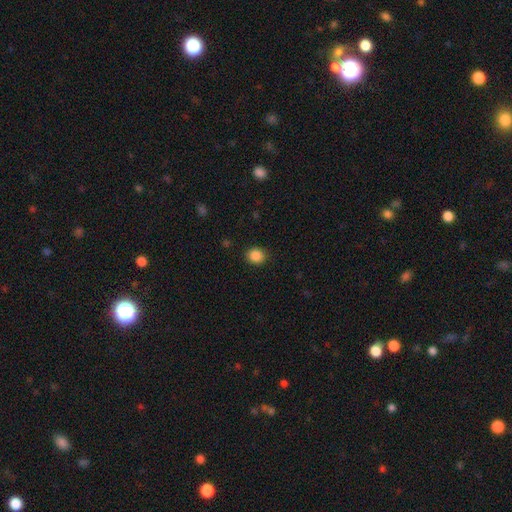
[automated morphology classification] smooth_or_featured: smooth (p=0.87) [alt: star or artifact p=0.10]
how_rounded: round (p=0.71) [alt: in between p=0.28]
merging: none (p=0.89) [alt: minor disturbance p=0.08]